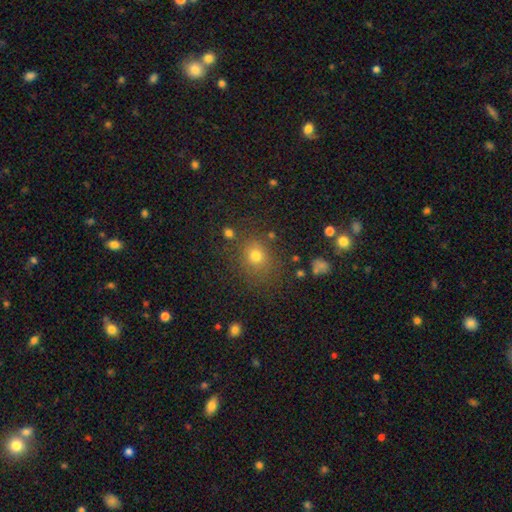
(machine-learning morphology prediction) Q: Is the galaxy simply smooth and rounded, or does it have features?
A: smooth — 74%.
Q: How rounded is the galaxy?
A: round — 76%.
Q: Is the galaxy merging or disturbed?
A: none — 78%.